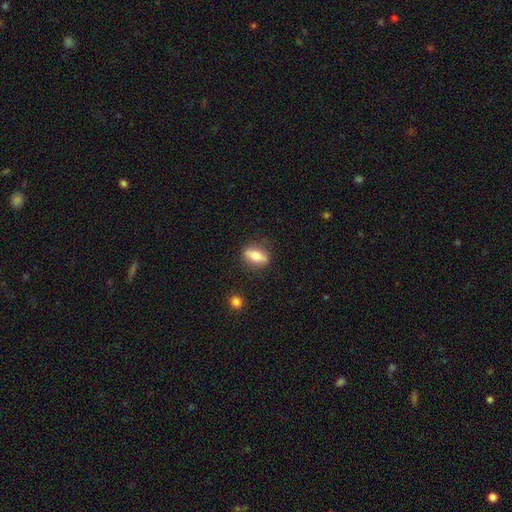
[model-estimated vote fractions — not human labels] Smooth or featured? smooth (65%)
How rounded? in between (71%)
Merging? none (82%)